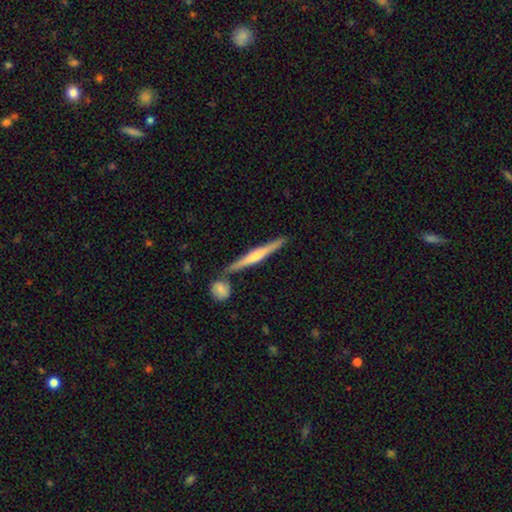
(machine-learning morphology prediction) The model was most divided on "smooth or featured": featured or disk: 69%, smooth: 25%, star or artifact: 5%. More confident: edge-on disk — yes (98%); merging — none (84%); edge-on bulge — rounded (70%).